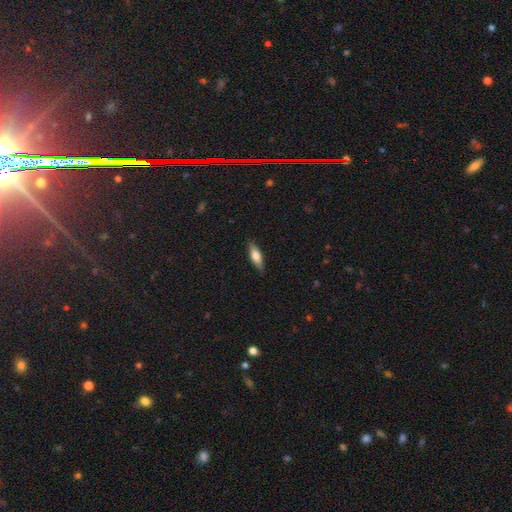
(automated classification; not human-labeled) The model was most divided on "how rounded": cigar-shaped: 50%, in between: 48%, round: 2%. More confident: merging — none (85%); smooth or featured — smooth (61%).